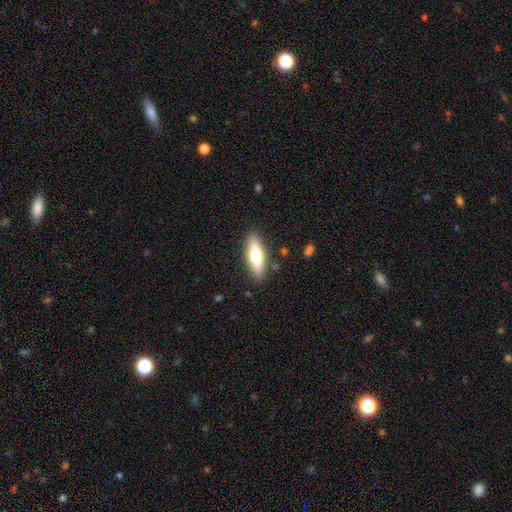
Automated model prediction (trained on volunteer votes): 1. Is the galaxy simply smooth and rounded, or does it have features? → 64% smooth, 30% featured or disk, 6% star or artifact.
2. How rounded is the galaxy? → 51% in between, 47% cigar-shaped, 2% round.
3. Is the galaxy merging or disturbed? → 86% none, 10% minor disturbance, 2% major disturbance, 2% merger.